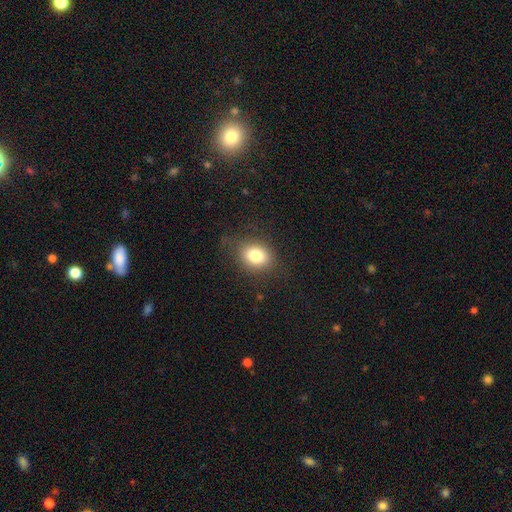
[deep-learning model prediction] Smooth or featured?
  - smooth: 80% *
  - star or artifact: 11%
  - featured or disk: 9%
How rounded?
  - in between: 50% *
  - round: 49%
  - cigar-shaped: 1%
Merging?
  - none: 80% *
  - minor disturbance: 13%
  - major disturbance: 6%
  - merger: 1%